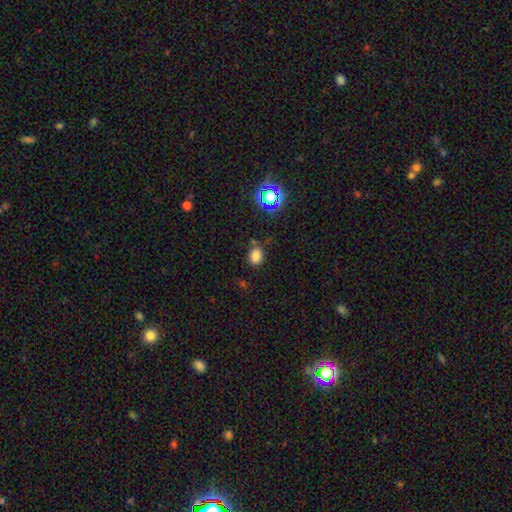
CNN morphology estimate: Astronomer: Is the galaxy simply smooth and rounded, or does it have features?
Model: smooth — 78%.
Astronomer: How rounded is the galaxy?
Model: in between — 61% (runner-up: round, 38%).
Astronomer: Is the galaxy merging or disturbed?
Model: none — 75%.